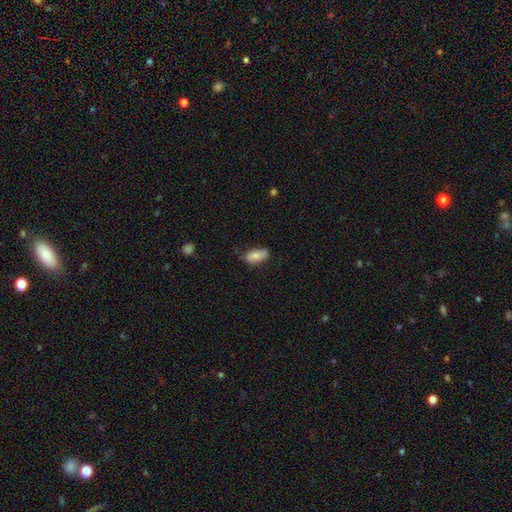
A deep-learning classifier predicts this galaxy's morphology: Smooth or featured? Predicted: smooth (p=0.80). How rounded? Predicted: in between (p=0.89). Merging? Predicted: none (p=0.68).